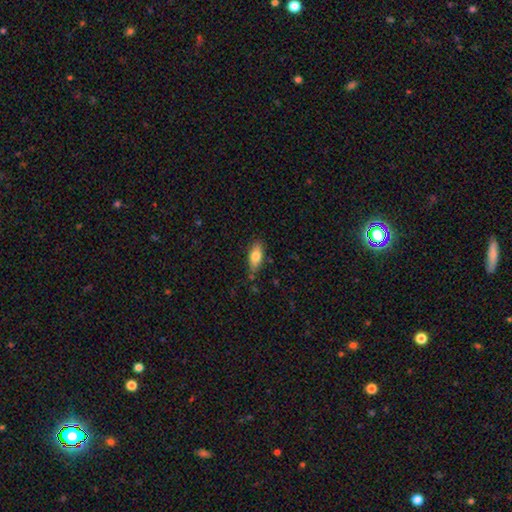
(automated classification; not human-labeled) Overall: smooth (77%). How rounded: in between (80%). Merging: none (76%).